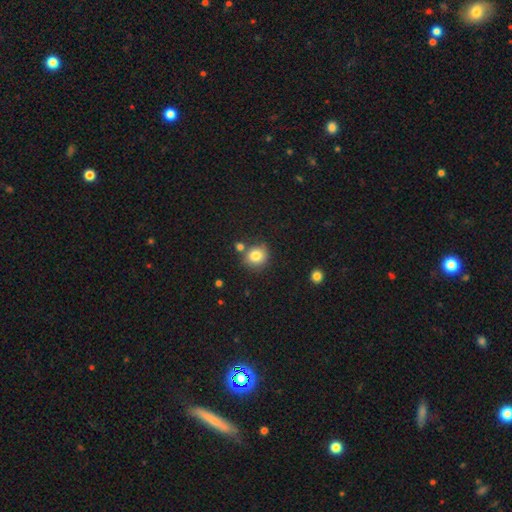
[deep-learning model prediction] Smooth or featured? smooth (82%)
How rounded? round (83%)
Merging? none (69%)